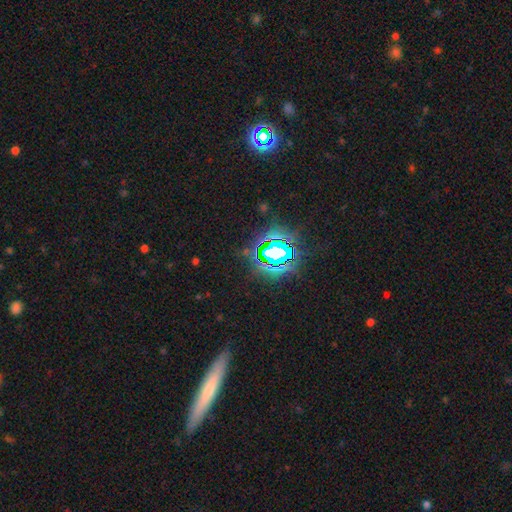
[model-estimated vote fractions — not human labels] Smooth or featured: star or artifact — 62% (smooth — 23%)